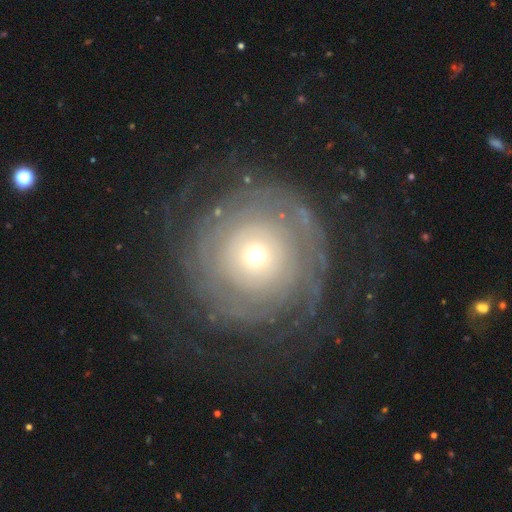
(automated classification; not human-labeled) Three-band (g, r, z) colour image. It shows a featured or disk galaxy (75%) with no bar (87%), tight (79%) spiral arms (83%) and a small central bulge (61%). Merging: none (72%).